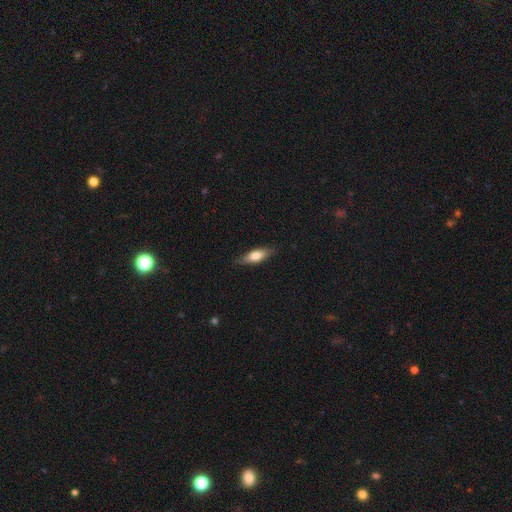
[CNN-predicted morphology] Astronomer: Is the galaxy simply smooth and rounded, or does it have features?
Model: smooth — 69%.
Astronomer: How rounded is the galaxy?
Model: in between — 54% (runner-up: cigar-shaped, 44%).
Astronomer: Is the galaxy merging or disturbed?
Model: none — 83%.